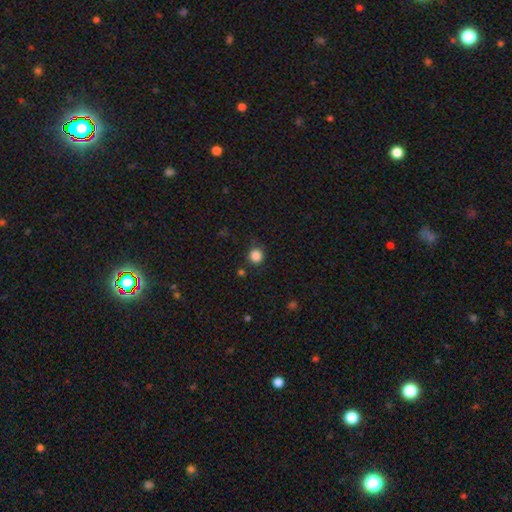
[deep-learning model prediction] Smooth or featured: smooth — 86% (star or artifact — 11%)
How rounded: round — 92% (in between — 7%)
Merging: none — 83% (minor disturbance — 12%)